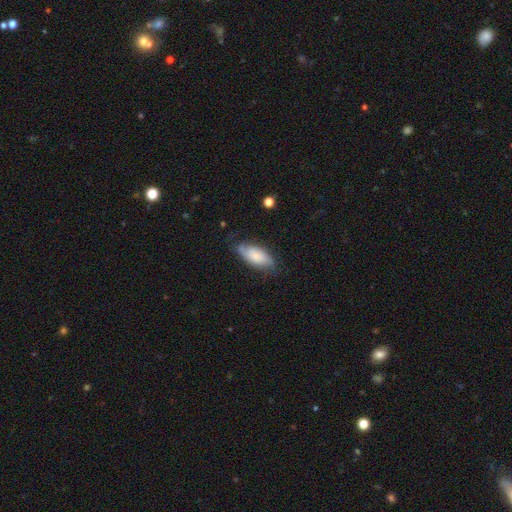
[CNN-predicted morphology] Smooth or featured: smooth — 61% (featured or disk — 32%)
How rounded: in between — 87% (cigar-shaped — 11%)
Merging: none — 64% (minor disturbance — 27%)